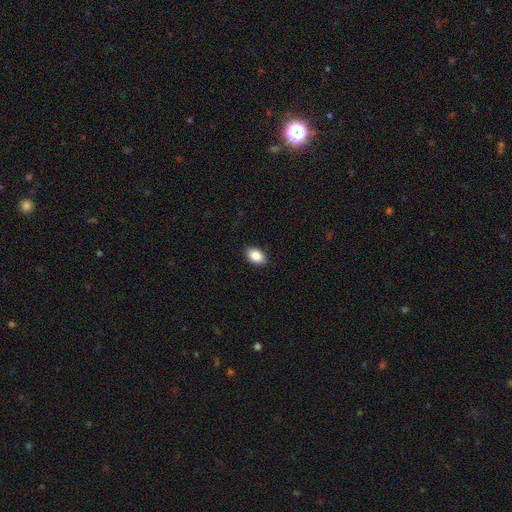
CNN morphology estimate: Smooth or featured? Predicted: smooth (p=0.88). How rounded? Predicted: in between (p=0.89). Merging? Predicted: none (p=0.89).